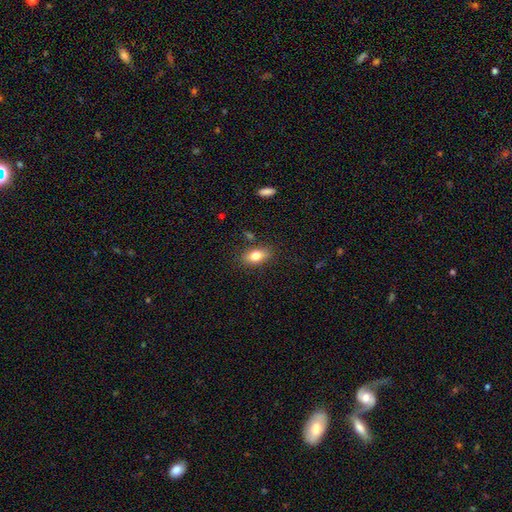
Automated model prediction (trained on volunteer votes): A smooth galaxy with no disk features (78%) that is in between round and cigar-shaped (85%). Merging: none (81%).